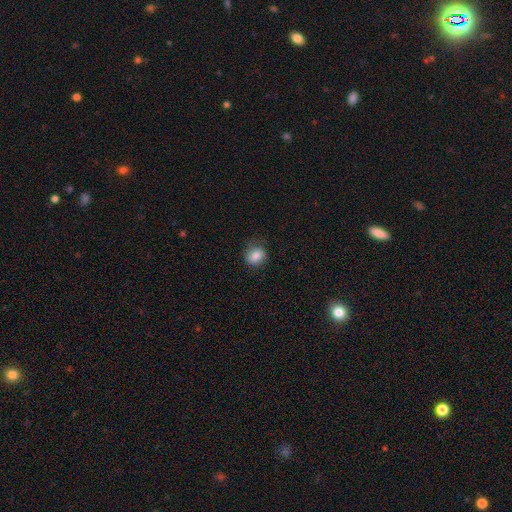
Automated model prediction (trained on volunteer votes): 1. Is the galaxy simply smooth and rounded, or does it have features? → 81% smooth, 10% featured or disk, 9% star or artifact.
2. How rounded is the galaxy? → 61% round, 38% in between, 1% cigar-shaped.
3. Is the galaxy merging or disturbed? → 72% none, 20% minor disturbance, 7% major disturbance, 1% merger.